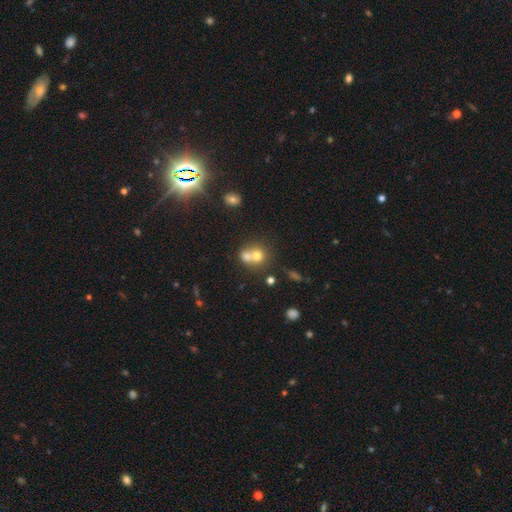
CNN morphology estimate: Smooth or featured: smooth — 70% (featured or disk — 17%)
How rounded: round — 77% (in between — 22%)
Merging: merger — 61% (none — 30%)